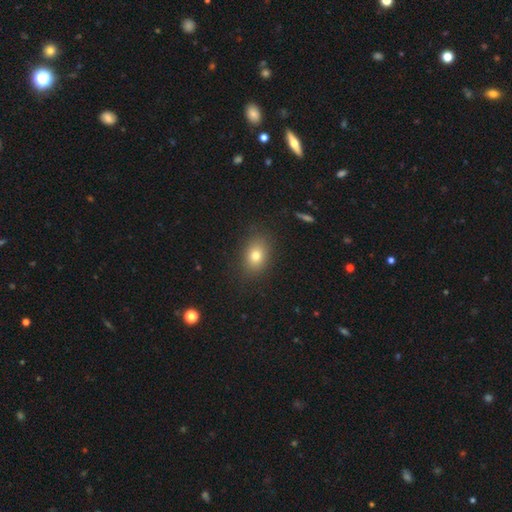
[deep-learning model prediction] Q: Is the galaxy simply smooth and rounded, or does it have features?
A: smooth — 77%.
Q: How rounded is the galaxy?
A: in between — 68%.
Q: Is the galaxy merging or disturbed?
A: none — 85%.